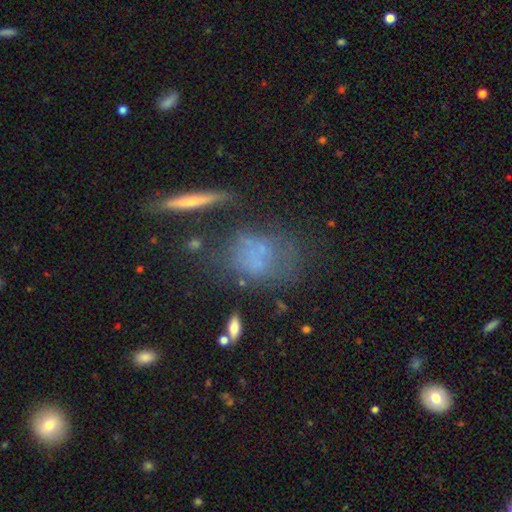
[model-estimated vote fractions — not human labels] Morphology: type=smooth (49%); merging=none (51%).